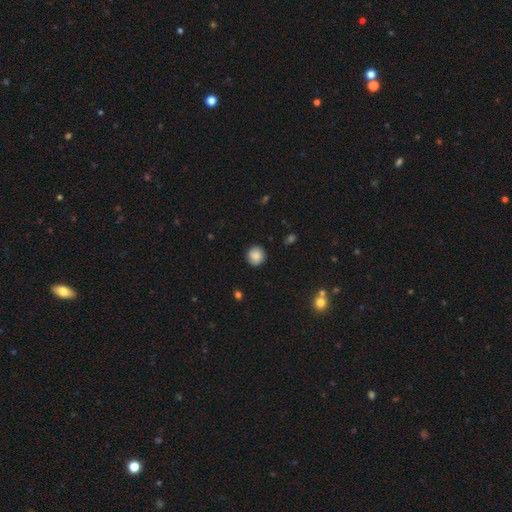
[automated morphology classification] type=smooth (86%); roundness=round (92%); merging=none (89%).